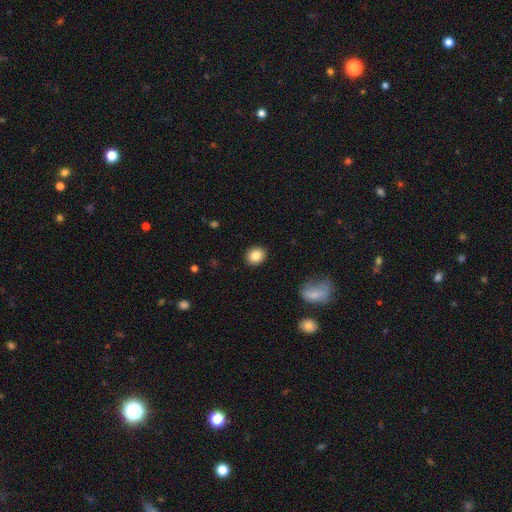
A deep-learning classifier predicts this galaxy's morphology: smooth_or_featured: smooth (p=0.85) [alt: star or artifact p=0.09]
how_rounded: round (p=0.64) [alt: in between p=0.35]
merging: none (p=0.91) [alt: minor disturbance p=0.06]